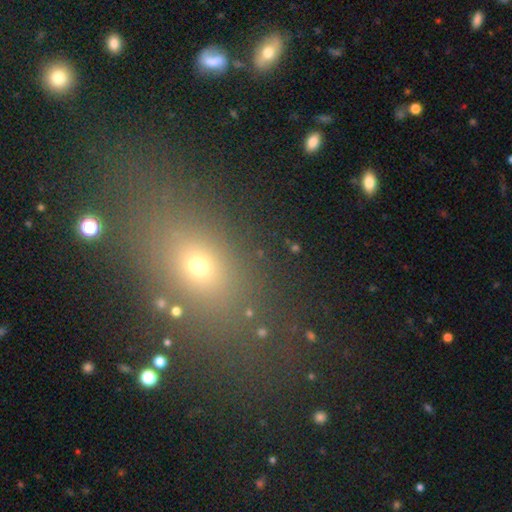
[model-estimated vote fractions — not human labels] A smooth galaxy with no disk features (58%) that is in between round and cigar-shaped (66%).

Vote fractions:
- Smooth or featured? smooth: 58% / star or artifact: 27% / featured or disk: 15%
- How rounded? in between: 66% / round: 23% / cigar-shaped: 11%
- Merging? none: 80% / minor disturbance: 10% / major disturbance: 6% / merger: 4%